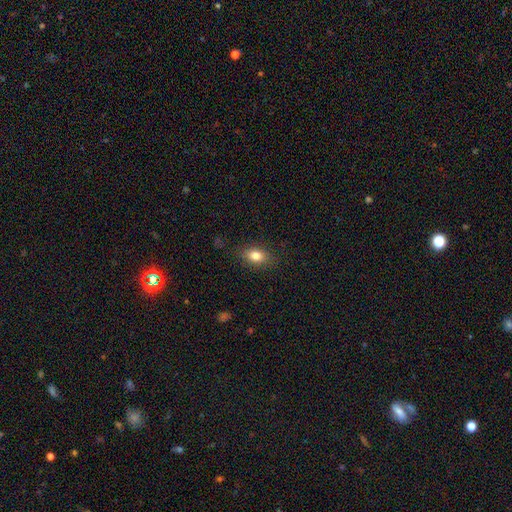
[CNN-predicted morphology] smooth-or-featured: smooth: 82% | featured or disk: 9% | star or artifact: 9%
  how-rounded: in between: 82% | round: 14% | cigar-shaped: 3%
  merging: none: 85% | minor disturbance: 11% | major disturbance: 3% | merger: 1%